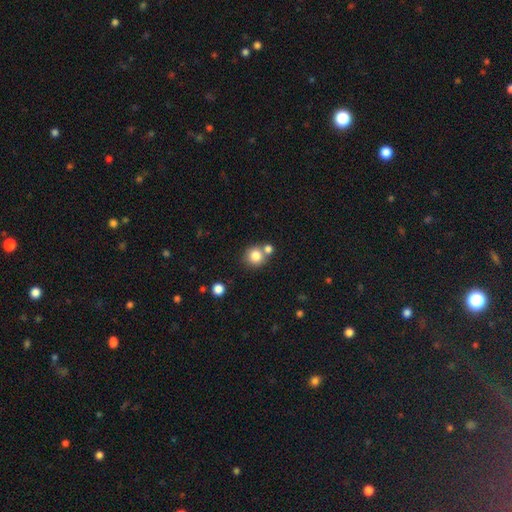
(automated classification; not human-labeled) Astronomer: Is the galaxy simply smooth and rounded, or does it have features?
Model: smooth — 82%.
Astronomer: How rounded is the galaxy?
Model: round — 90%.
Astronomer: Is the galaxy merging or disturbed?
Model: none — 62%.